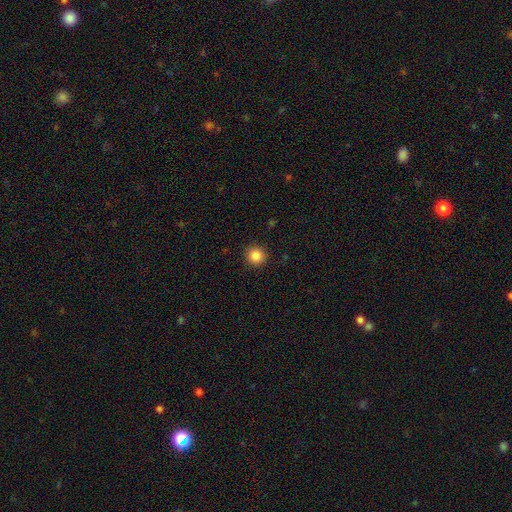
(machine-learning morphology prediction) Smooth or featured?
  - smooth: 86% *
  - star or artifact: 10%
  - featured or disk: 4%
How rounded?
  - round: 94% *
  - in between: 5%
  - cigar-shaped: 1%
Merging?
  - none: 92% *
  - minor disturbance: 5%
  - major disturbance: 2%
  - merger: 1%